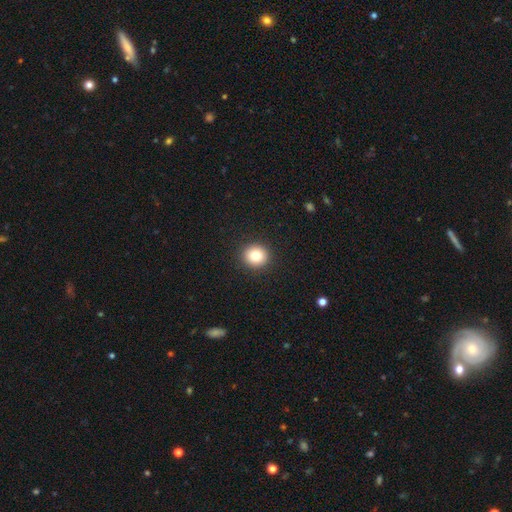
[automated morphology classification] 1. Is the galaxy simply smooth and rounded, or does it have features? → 81% smooth, 11% star or artifact, 8% featured or disk.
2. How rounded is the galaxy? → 92% round, 7% in between, 1% cigar-shaped.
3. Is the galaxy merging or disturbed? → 93% none, 5% minor disturbance, 2% major disturbance, 1% merger.